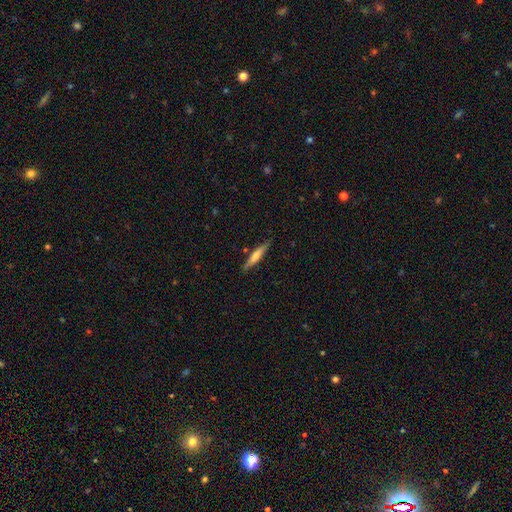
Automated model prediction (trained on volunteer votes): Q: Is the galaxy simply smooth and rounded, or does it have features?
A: smooth — 52%.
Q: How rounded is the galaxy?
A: cigar-shaped — 91%.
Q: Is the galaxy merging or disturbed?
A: none — 86%.